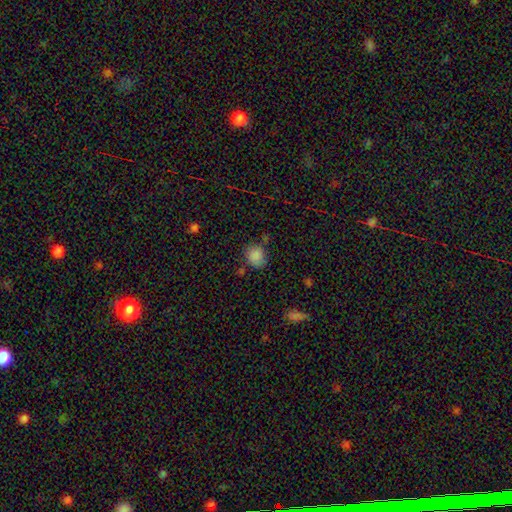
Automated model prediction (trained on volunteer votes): A smooth galaxy with no disk features (85%) that is round (66%). Merging: none (71%).